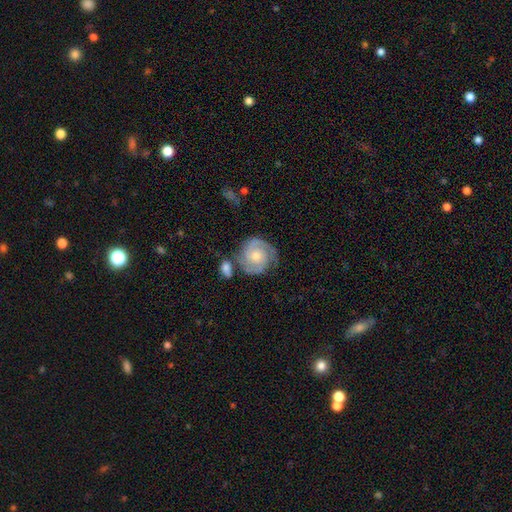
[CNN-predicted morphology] Smooth or featured?
  - featured or disk: 84% *
  - smooth: 11%
  - star or artifact: 5%
Edge-on disk?
  - no: 98% *
  - yes: 2%
Bar?
  - no: 73% *
  - weak: 22%
  - strong: 5%
Spiral arms?
  - yes: 97% *
  - no: 3%
Spiral winding?
  - tight: 61% *
  - medium: 33%
  - loose: 6%
Spiral arm count?
  - 2: 74% *
  - 3: 12%
  - can't tell: 7%
  - 1: 3%
  - 4: 2%
  - more than 4: 2%
Bulge size?
  - small: 47% * (tied)
  - moderate: 47% * (tied)
  - large: 3%
  - none: 2%
  - dominant: 1%
Merging?
  - none: 67% *
  - minor disturbance: 16%
  - merger: 11%
  - major disturbance: 6%